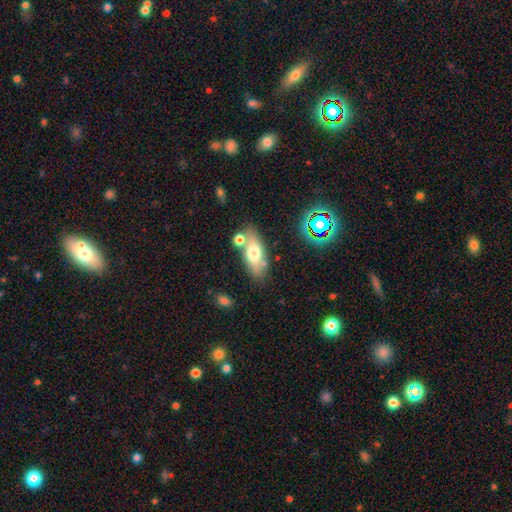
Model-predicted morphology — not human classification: type=smooth (55%); roundness=in between (76%); merging=none (70%).